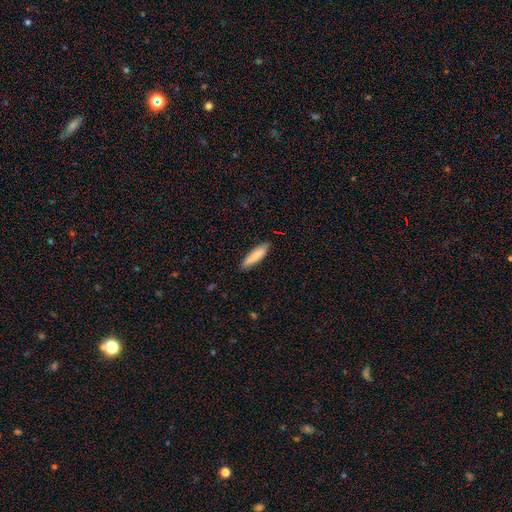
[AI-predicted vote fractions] The model was most divided on "how rounded": cigar-shaped: 68%, in between: 31%, round: 2%. More confident: merging — none (85%); smooth or featured — smooth (74%).